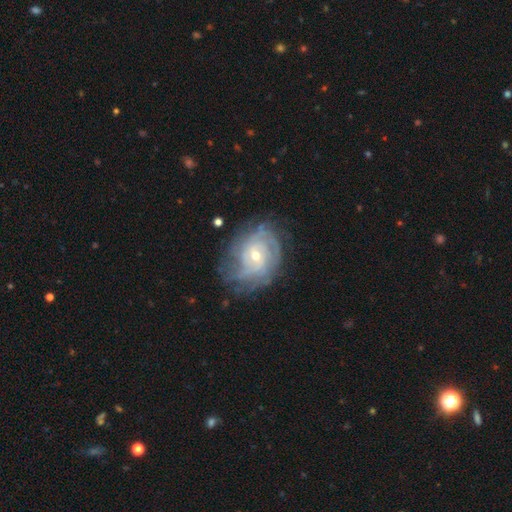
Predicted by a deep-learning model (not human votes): smooth_or_featured: featured or disk (p=0.85) [alt: smooth p=0.08]
disk_edge_on: no (p=0.97) [alt: yes p=0.03]
bar: no (p=0.61) [alt: weak p=0.32]
has_spiral_arms: yes (p=0.95) [alt: no p=0.05]
spiral_winding: tight (p=0.67) [alt: medium p=0.26]
spiral_arm_count: can't tell (p=0.39) [alt: 4 p=0.16]
bulge_size: small (p=0.59) [alt: moderate p=0.38]
merging: none (p=0.70) [alt: minor disturbance p=0.19]